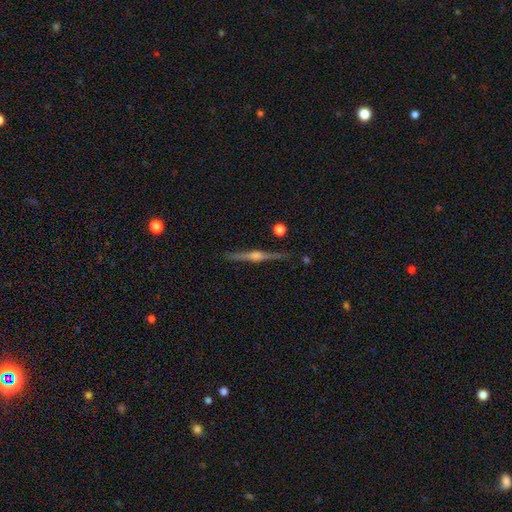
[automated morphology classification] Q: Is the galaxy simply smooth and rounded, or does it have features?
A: featured or disk — 85%.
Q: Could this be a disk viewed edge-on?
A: yes — 99%.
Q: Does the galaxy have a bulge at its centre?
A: rounded — 89%.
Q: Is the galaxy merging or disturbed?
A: none — 91%.